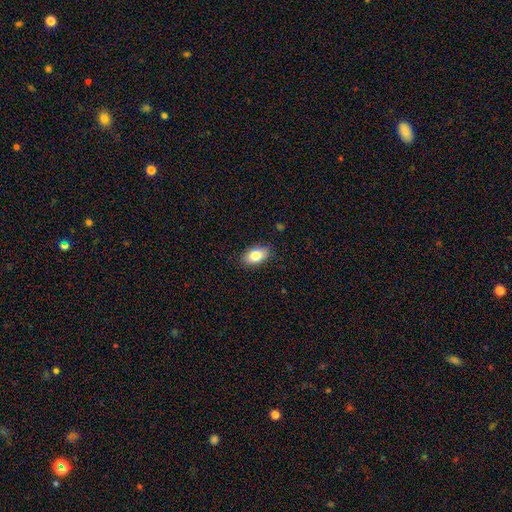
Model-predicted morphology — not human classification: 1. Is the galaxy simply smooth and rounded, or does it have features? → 82% smooth, 10% featured or disk, 7% star or artifact.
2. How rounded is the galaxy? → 91% in between, 7% round, 2% cigar-shaped.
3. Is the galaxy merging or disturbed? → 87% none, 10% minor disturbance, 2% major disturbance, 1% merger.